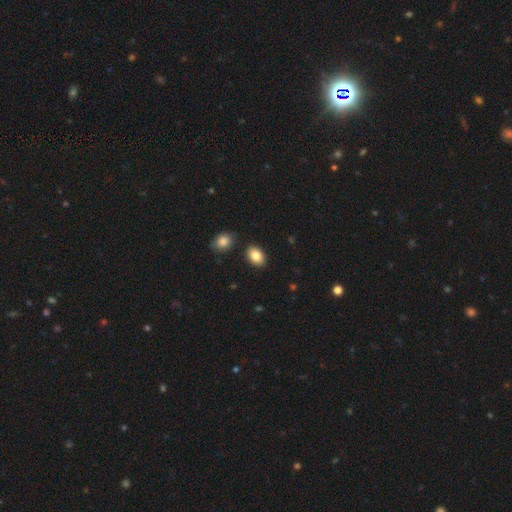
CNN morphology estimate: Overall: smooth (85%). How rounded: in between (84%). Merging: none (86%).